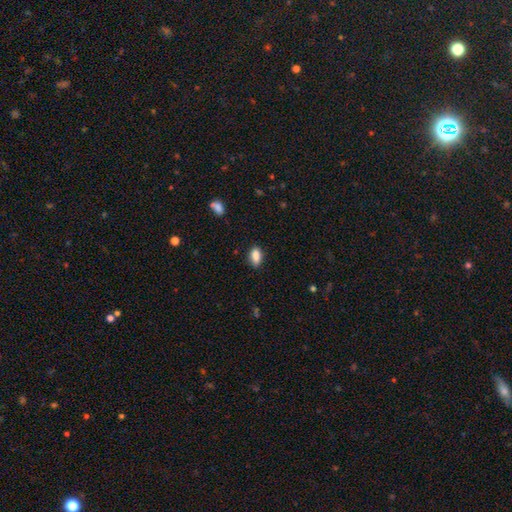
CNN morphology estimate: type=smooth (87%); roundness=in between (88%); merging=none (80%).